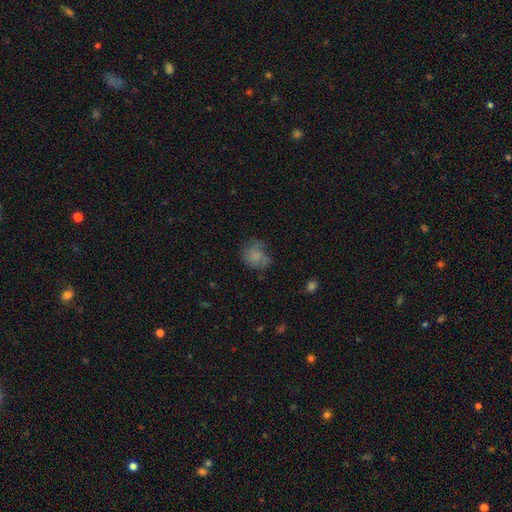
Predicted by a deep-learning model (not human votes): The model was most divided on "how rounded": round: 60%, in between: 39%, cigar-shaped: 1%. More confident: smooth or featured — smooth (66%); merging — none (51%).